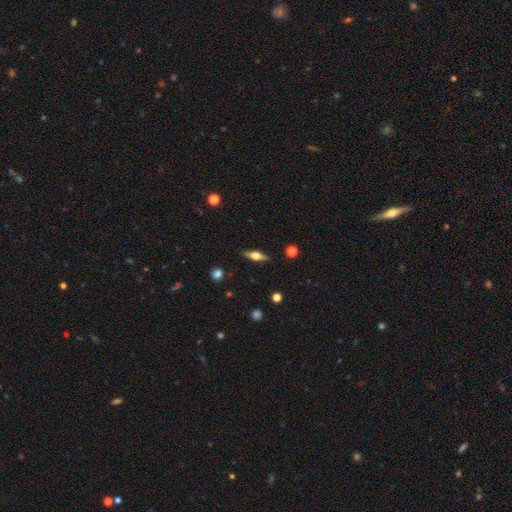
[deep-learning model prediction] Overall: featured or disk (51%; smooth 42%). Edge-on disk: yes (93%). Merging: none (88%).